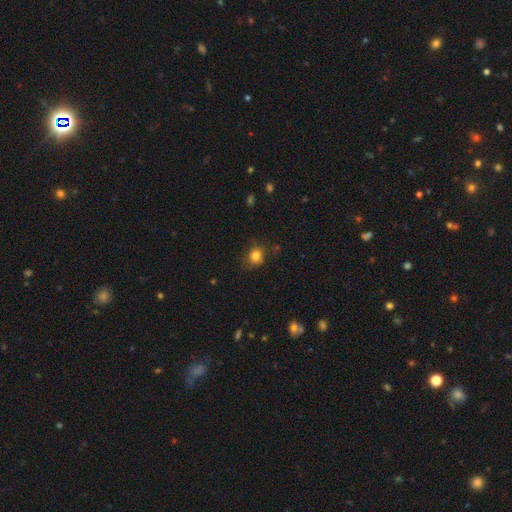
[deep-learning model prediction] Smooth or featured? smooth (81%)
How rounded? round (69%)
Merging? none (74%)